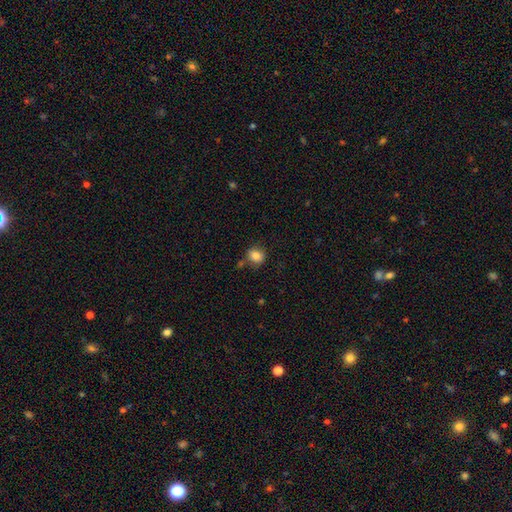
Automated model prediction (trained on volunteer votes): smooth-or-featured: smooth: 83% | star or artifact: 10% | featured or disk: 7%
  how-rounded: round: 77% | in between: 22% | cigar-shaped: 1%
  merging: none: 74% | minor disturbance: 14% | merger: 8% | major disturbance: 4%